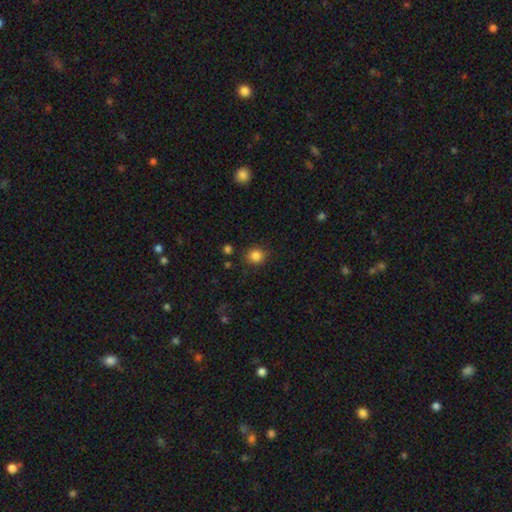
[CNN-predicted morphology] A smooth galaxy with no disk features (84%) that is round (85%).

Vote fractions:
- Smooth or featured? smooth: 84% / star or artifact: 12% / featured or disk: 4%
- How rounded? round: 85% / in between: 14% / cigar-shaped: 1%
- Merging? none: 88% / minor disturbance: 8% / major disturbance: 3% / merger: 2%